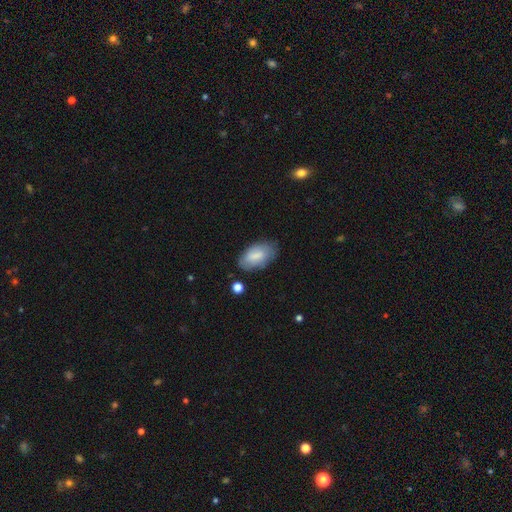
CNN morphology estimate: This is likely a smooth galaxy (79%). How rounded: clearly in between (94%). Merging: likely none (73%).